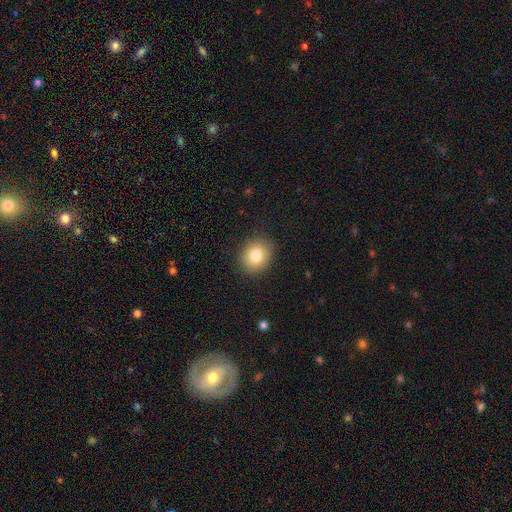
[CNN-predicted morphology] Overall: smooth (81%). How rounded: round (66%; in between 33%). Merging: none (88%).